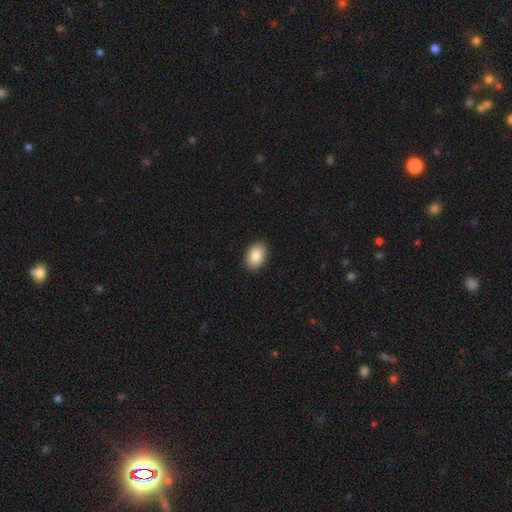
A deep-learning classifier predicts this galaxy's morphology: Overall: smooth (86%). How rounded: in between (87%). Merging: none (90%).